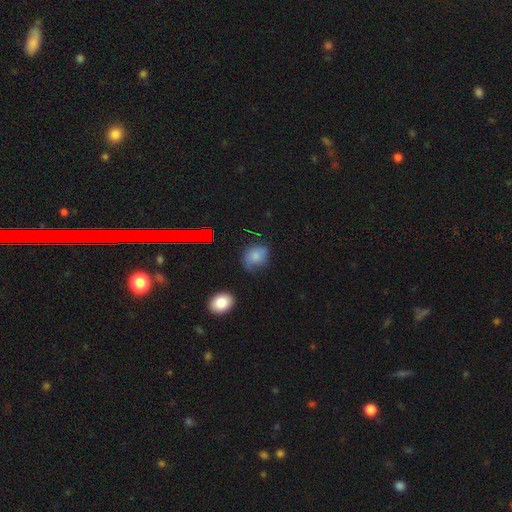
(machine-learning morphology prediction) Smooth or featured? smooth (70%)
How rounded? round (58%)
Merging? none (57%)